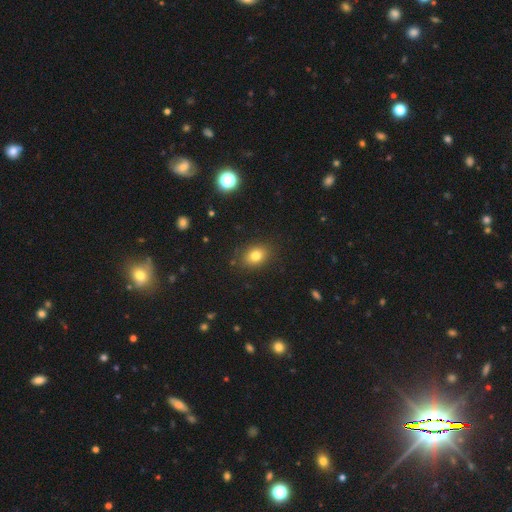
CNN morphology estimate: type=smooth (80%); roundness=in between (69%); merging=none (85%).